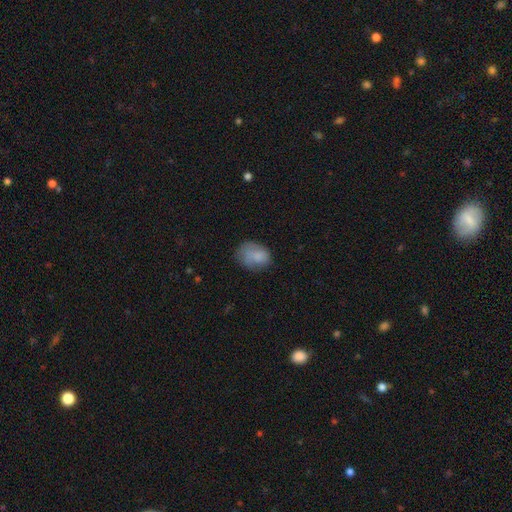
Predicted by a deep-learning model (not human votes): A smooth galaxy with no disk features (79%) that is in between round and cigar-shaped (67%). Merging: none (56%).